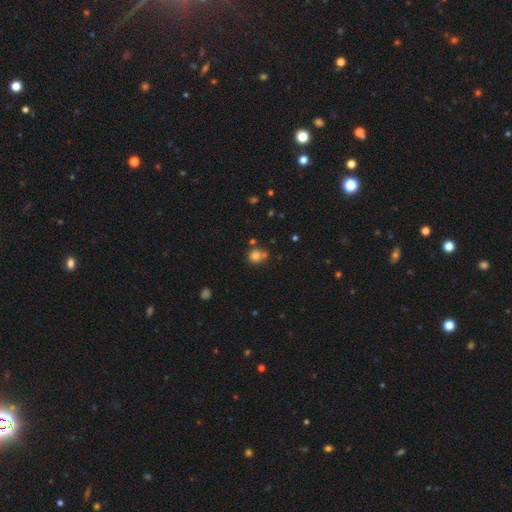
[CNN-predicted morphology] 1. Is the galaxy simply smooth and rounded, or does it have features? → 79% smooth, 13% star or artifact, 8% featured or disk.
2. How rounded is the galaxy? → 85% round, 14% in between, 1% cigar-shaped.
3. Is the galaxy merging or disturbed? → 60% none, 21% merger, 14% minor disturbance, 5% major disturbance.